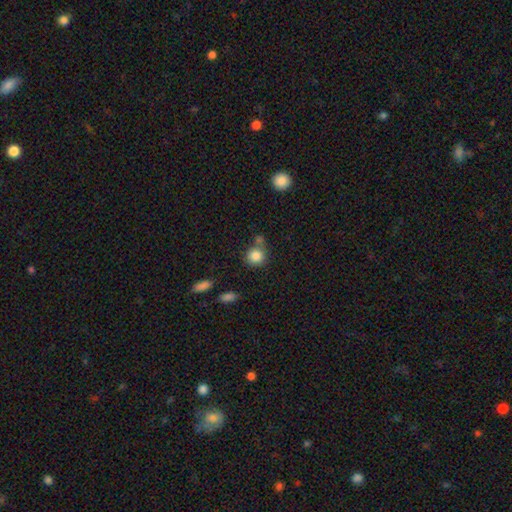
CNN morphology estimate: Smooth or featured: smooth — 85% (star or artifact — 10%)
How rounded: round — 87% (in between — 12%)
Merging: none — 58% (merger — 23%)